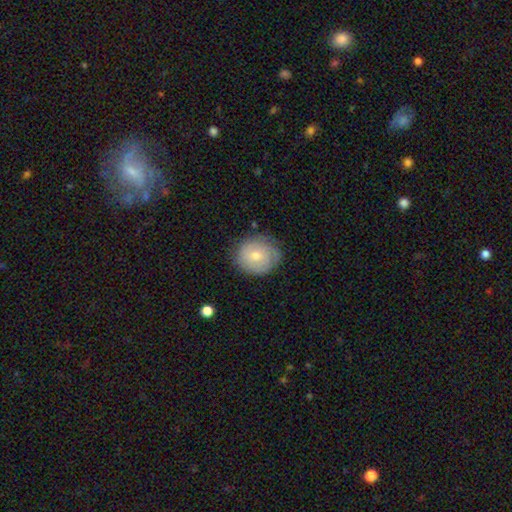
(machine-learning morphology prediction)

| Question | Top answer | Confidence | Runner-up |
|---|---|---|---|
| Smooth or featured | smooth | 50% | featured or disk (43%) |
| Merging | none | 73% | minor disturbance (20%) |